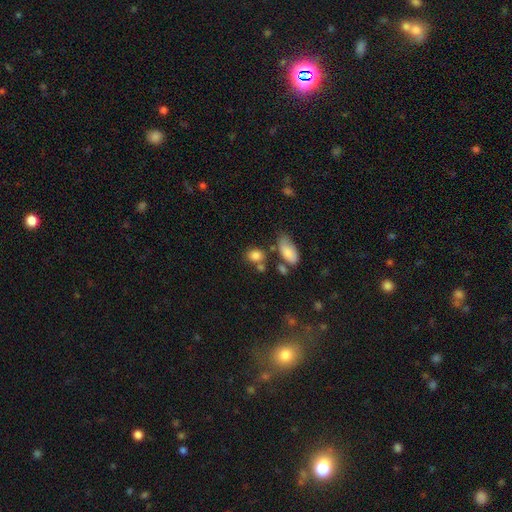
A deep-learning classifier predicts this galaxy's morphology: smooth-or-featured: smooth: 83% | star or artifact: 10% | featured or disk: 7%
  how-rounded: round: 54% | in between: 43% | cigar-shaped: 2%
  merging: none: 61% | merger: 17% | minor disturbance: 16% | major disturbance: 6%